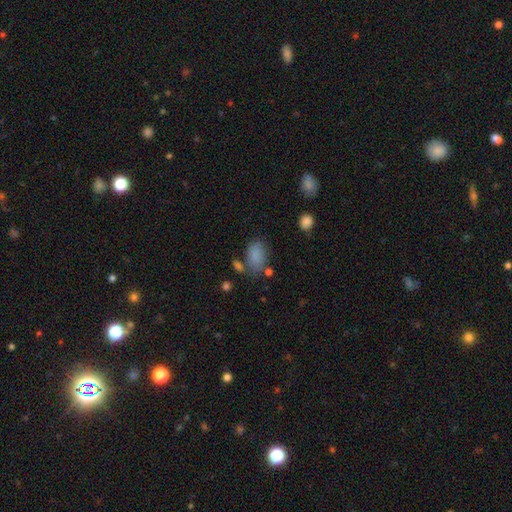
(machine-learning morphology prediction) type=smooth (83%); roundness=in between (89%); merging=none (61%).